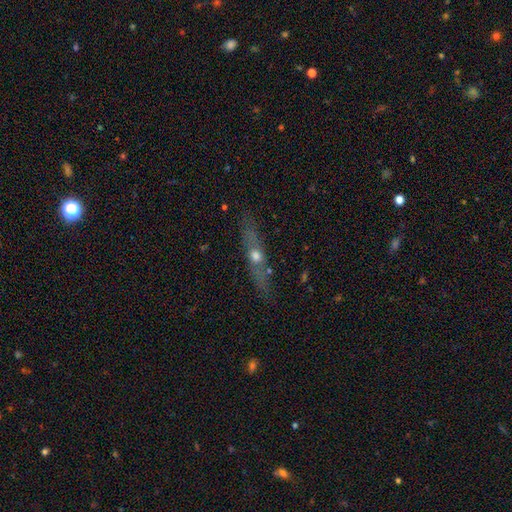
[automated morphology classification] Q: Smooth or featured?
A: featured or disk (51%); runner-up: smooth (38%)
Q: Edge-on disk?
A: yes (78%); runner-up: no (22%)
Q: Merging?
A: none (79%); runner-up: minor disturbance (12%)